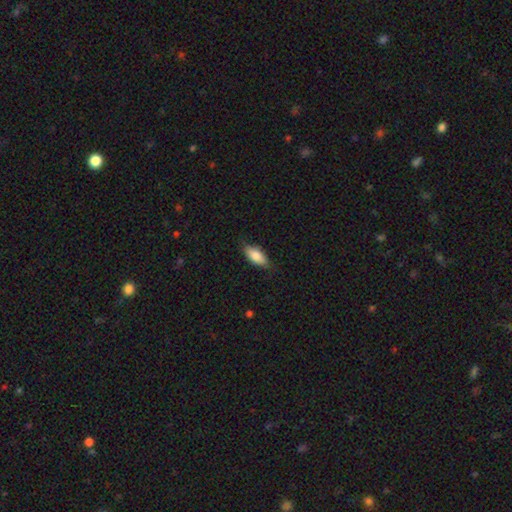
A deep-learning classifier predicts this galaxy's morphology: This appears to be a smooth galaxy with no disk features (82%) that is in between round and cigar-shaped (84%). Merging: none (79%).